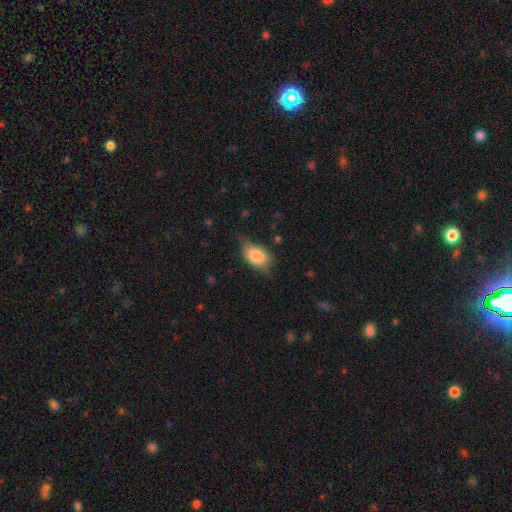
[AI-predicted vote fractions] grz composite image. It shows a smooth galaxy with no disk features (80%) that is in between round and cigar-shaped (86%). Merging: none (50%).